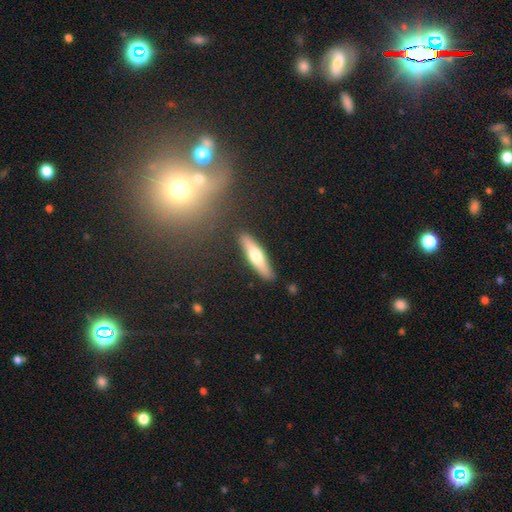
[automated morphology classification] Q: Smooth or featured?
A: smooth (56%); runner-up: featured or disk (38%)
Q: How rounded?
A: cigar-shaped (76%); runner-up: in between (22%)
Q: Merging?
A: none (87%); runner-up: minor disturbance (9%)